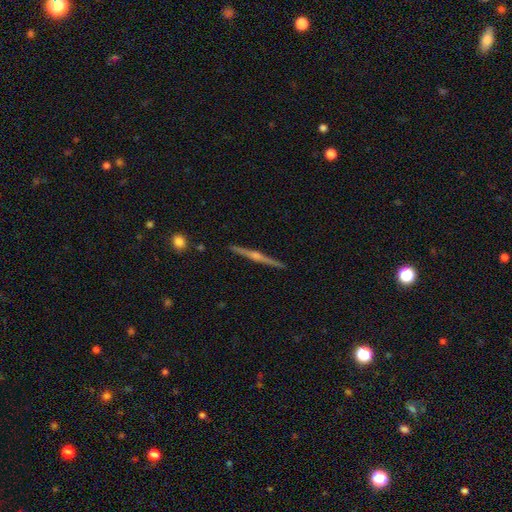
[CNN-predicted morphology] Smooth or featured?
  - featured or disk: 71% *
  - smooth: 19%
  - star or artifact: 10%
Edge-on disk?
  - yes: 96% *
  - no: 4%
Edge-on bulge?
  - rounded: 77% *
  - none: 15%
  - boxy: 8%
Merging?
  - none: 89% *
  - minor disturbance: 7%
  - major disturbance: 2%
  - merger: 2%